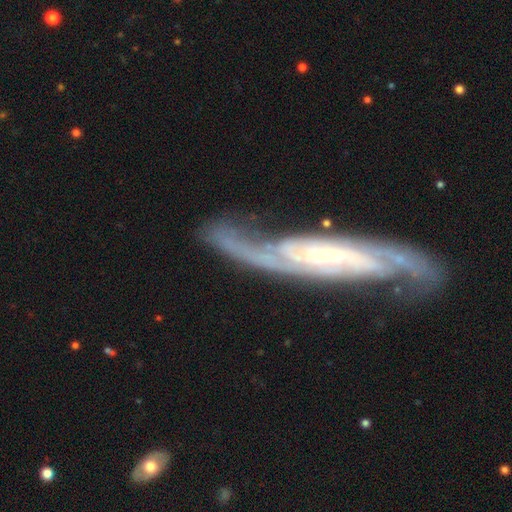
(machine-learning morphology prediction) featured or disk 89%, smooth 6%, star or artifact 5%. Down the decision tree: edge-on disk — no (82%); bar — no (45%); spiral arms — yes (98%); spiral arm count — 2 (77%); spiral winding — medium (44%); bulge size — small (69%); merging — none (71%).